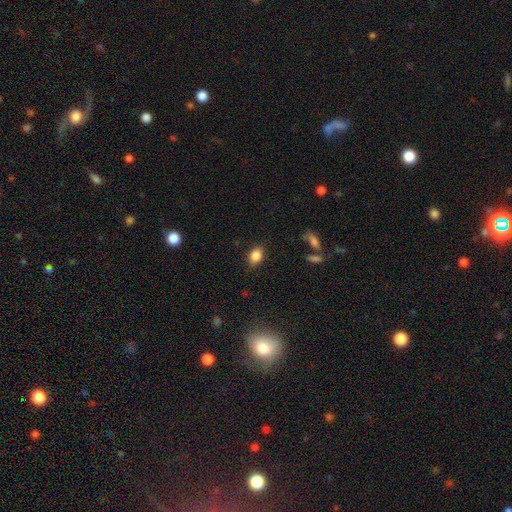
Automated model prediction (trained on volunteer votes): A smooth galaxy with no disk features (84%) that is in between round and cigar-shaped (73%). Merging: none (84%).